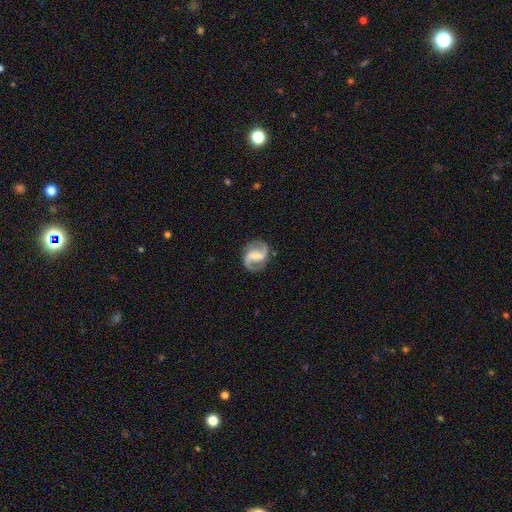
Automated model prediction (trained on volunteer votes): Q: Smooth or featured?
A: featured or disk (86%); runner-up: smooth (8%)
Q: Edge-on disk?
A: no (98%); runner-up: yes (2%)
Q: Bar?
A: weak (43%); runner-up: strong (39%)
Q: Spiral arms?
A: yes (96%); runner-up: no (4%)
Q: Spiral winding?
A: medium (49%); runner-up: loose (36%)
Q: Spiral arm count?
A: 2 (93%); runner-up: can't tell (2%)
Q: Bulge size?
A: none (34%); runner-up: small (29%)
Q: Merging?
A: none (82%); runner-up: minor disturbance (12%)